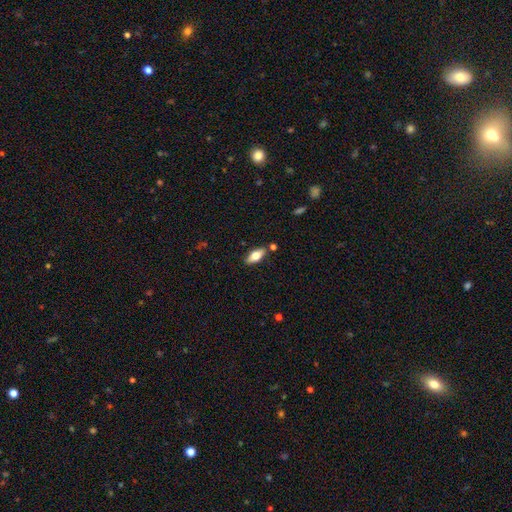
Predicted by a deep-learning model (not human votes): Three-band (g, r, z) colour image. It shows a smooth galaxy with no disk features (70%) that is in between round and cigar-shaped (82%). Merging: none (82%).